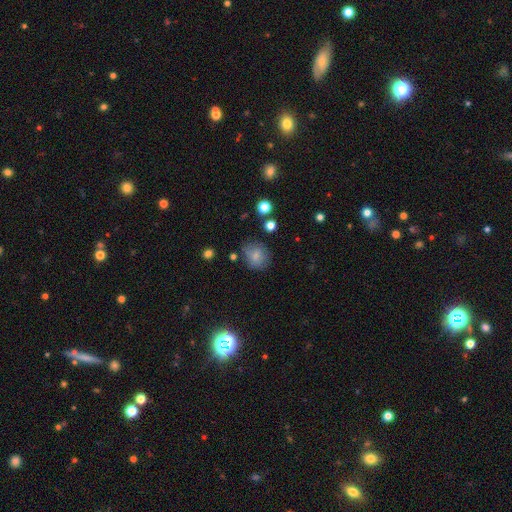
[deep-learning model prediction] Morphology: type=smooth (78%); roundness=round (68%); merging=none (71%).